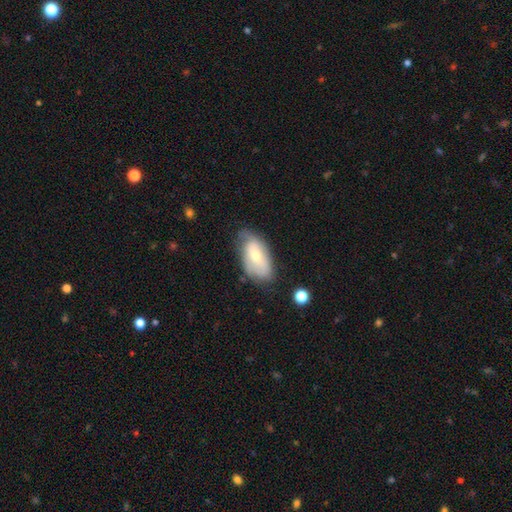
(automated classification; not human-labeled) Overall: smooth (51%; featured or disk 42%). How rounded: in between (91%). Merging: none (55%; minor disturbance 32%).